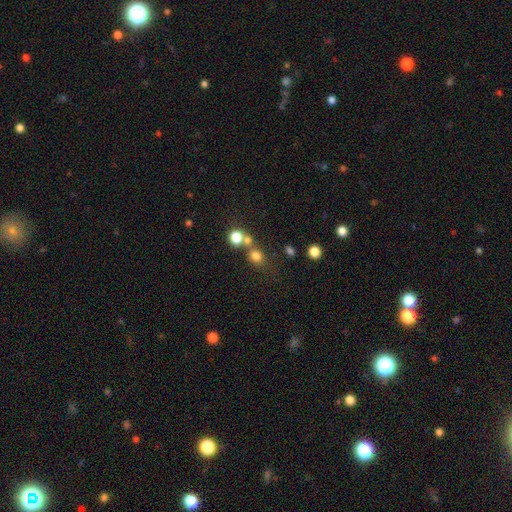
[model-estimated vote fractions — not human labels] A smooth galaxy with no disk features (74%) that is round (79%). Merging: none (56%).